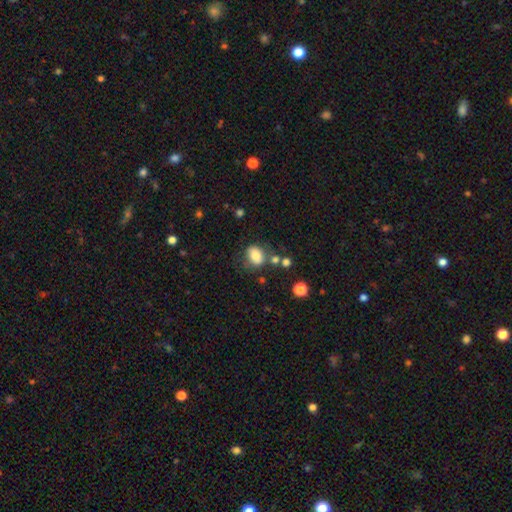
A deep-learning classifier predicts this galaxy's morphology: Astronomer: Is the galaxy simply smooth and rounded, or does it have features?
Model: smooth — 78%.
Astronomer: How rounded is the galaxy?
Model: in between — 63%.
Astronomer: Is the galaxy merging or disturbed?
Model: none — 60%.